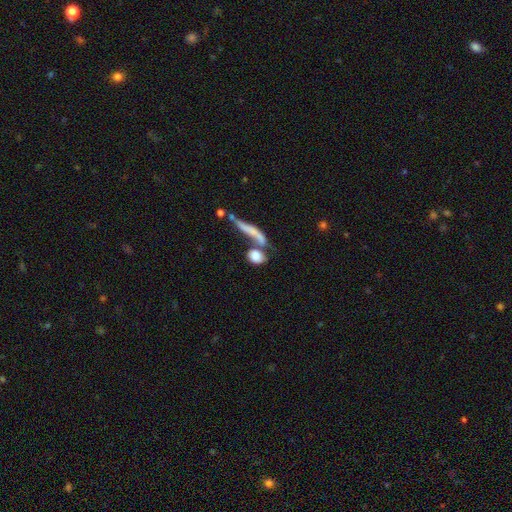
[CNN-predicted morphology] Smooth or featured?
  - smooth: 74% *
  - featured or disk: 18%
  - star or artifact: 8%
How rounded?
  - in between: 43% *
  - round: 39%
  - cigar-shaped: 18%
Merging?
  - merger: 45% *
  - none: 32%
  - minor disturbance: 11%
  - major disturbance: 11%